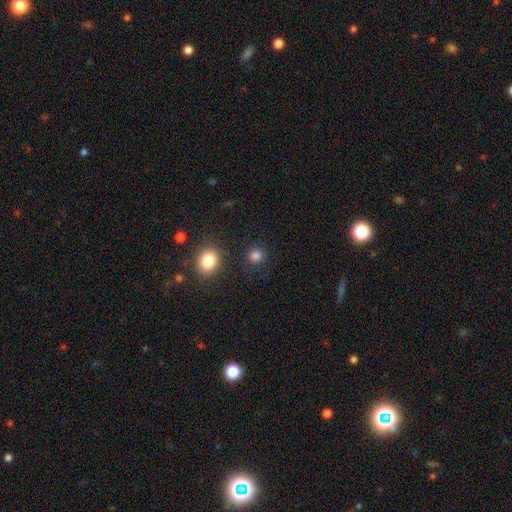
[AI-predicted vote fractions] A smooth galaxy with no disk features (83%) that is round (89%). Merging: none (86%).